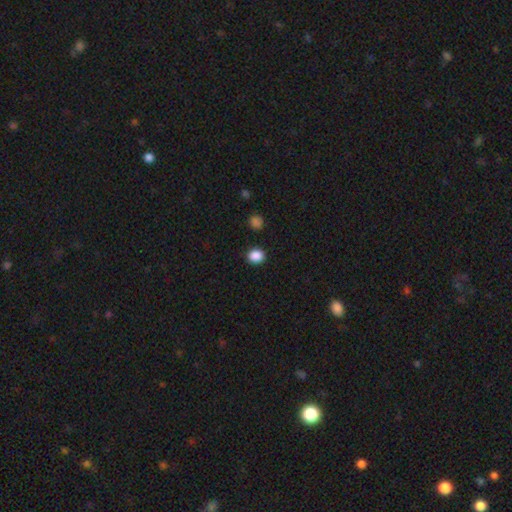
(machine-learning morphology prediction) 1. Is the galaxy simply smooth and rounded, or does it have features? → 87% smooth, 10% star or artifact, 3% featured or disk.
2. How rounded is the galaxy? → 69% round, 30% in between, 1% cigar-shaped.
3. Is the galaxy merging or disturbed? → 89% none, 7% minor disturbance, 2% major disturbance, 2% merger.